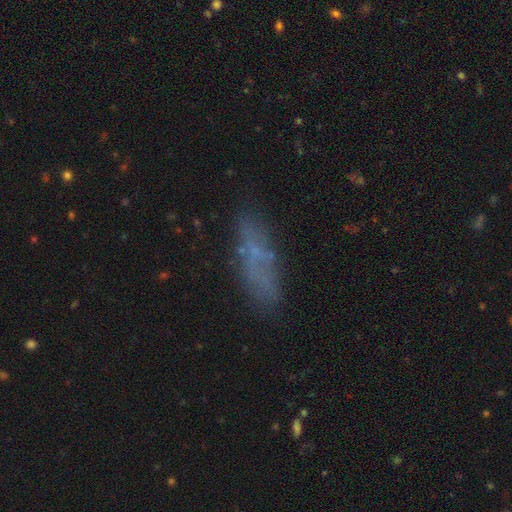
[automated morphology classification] A smooth galaxy with no disk features (52%) that is cigar-shaped (50%). Merging: none (71%).